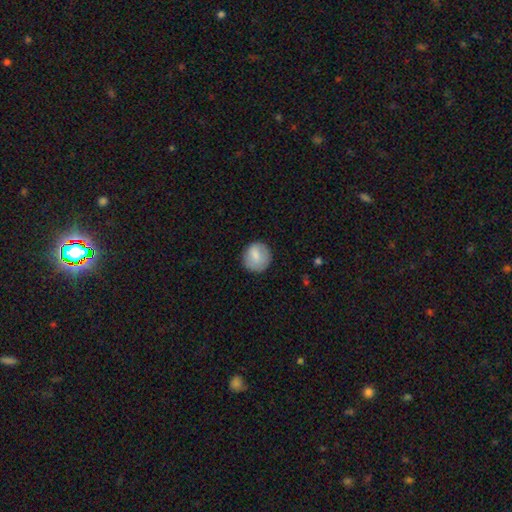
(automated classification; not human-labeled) Smooth or featured? smooth (79%)
How rounded? round (87%)
Merging? none (82%)